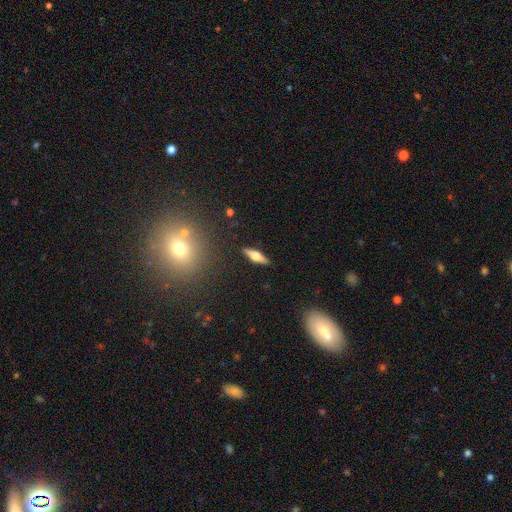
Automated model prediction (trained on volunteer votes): A featured or disk galaxy (57%) viewed edge-on (94%) with a rounded central bulge (92%). Merging: none (89%).